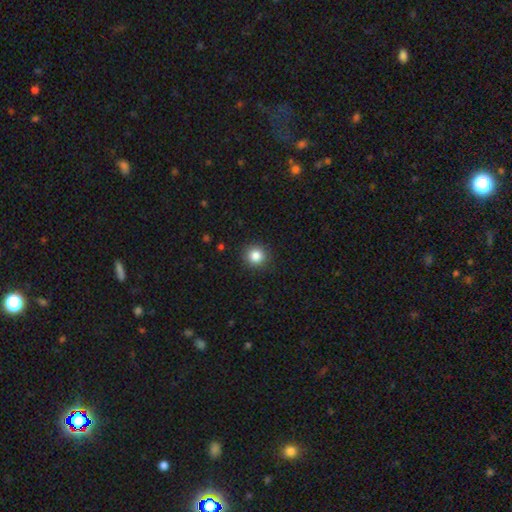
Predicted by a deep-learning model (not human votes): smooth_or_featured: smooth (p=0.84) [alt: star or artifact p=0.10]
how_rounded: round (p=0.93) [alt: in between p=0.06]
merging: none (p=0.91) [alt: minor disturbance p=0.06]